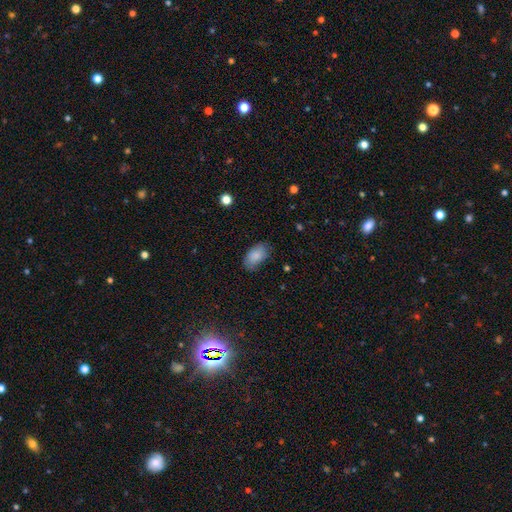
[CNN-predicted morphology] A smooth galaxy with no disk features (85%) that is in between round and cigar-shaped (93%). Merging: none (74%).